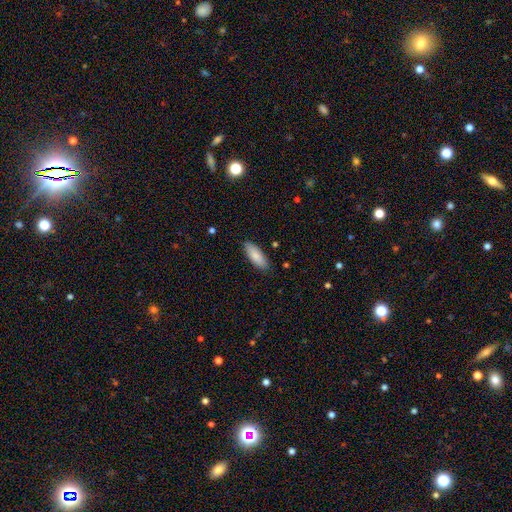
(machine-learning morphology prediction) smooth_or_featured: smooth (p=0.86) [alt: featured or disk p=0.09]
how_rounded: in between (p=0.71) [alt: cigar-shaped p=0.27]
merging: none (p=0.86) [alt: minor disturbance p=0.10]